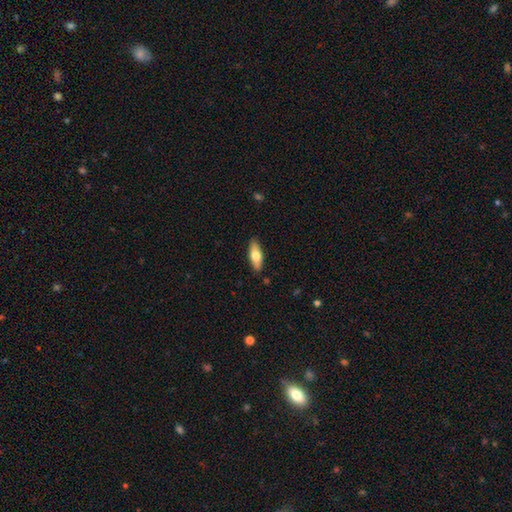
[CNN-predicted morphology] The model was most divided on "how rounded": in between: 65%, cigar-shaped: 32%, round: 2%. More confident: merging — none (88%); smooth or featured — smooth (64%).